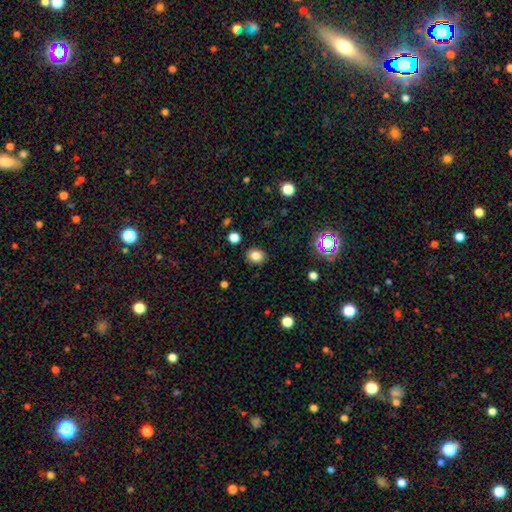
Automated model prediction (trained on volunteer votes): A smooth galaxy with no disk features (81%) that is round (63%). Merging: none (89%).